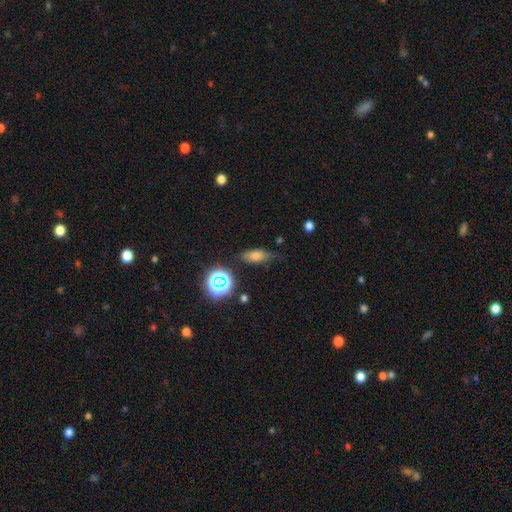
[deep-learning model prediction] smooth_or_featured: smooth (p=0.64) [alt: star or artifact p=0.20]
how_rounded: in between (p=0.65) [alt: cigar-shaped p=0.23]
merging: none (p=0.70) [alt: minor disturbance p=0.22]